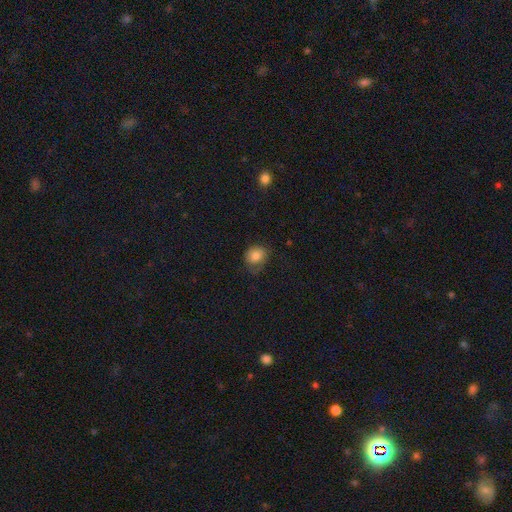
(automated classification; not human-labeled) The model was most divided on "merging": none: 59%, minor disturbance: 28%, major disturbance: 11%, merger: 2%. More confident: smooth or featured — smooth (80%); how rounded — round (72%).